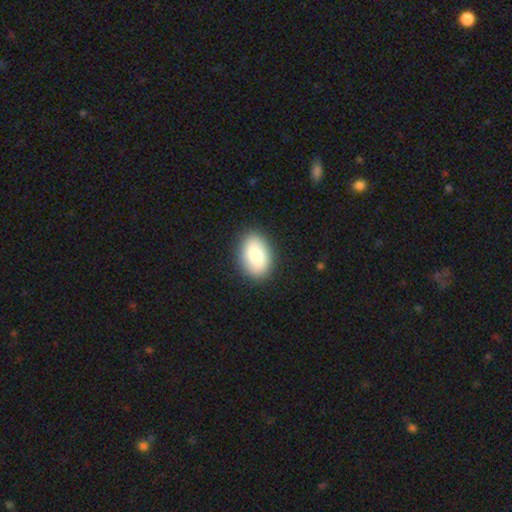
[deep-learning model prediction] This is clearly a smooth galaxy (81%). How rounded: clearly in between (86%). Merging: clearly none (86%).